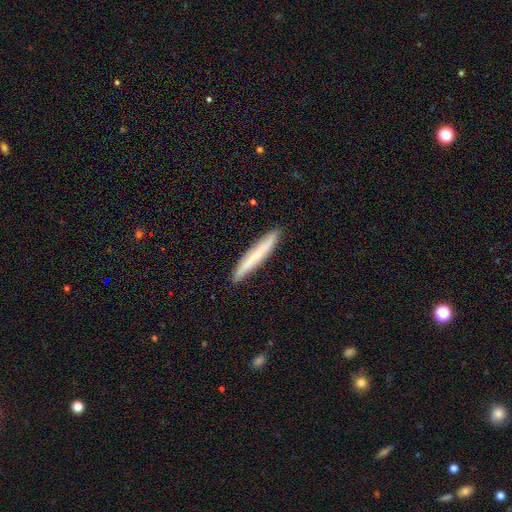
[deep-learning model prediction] smooth_or_featured: smooth (p=0.57) [alt: featured or disk p=0.37]
how_rounded: cigar-shaped (p=0.95) [alt: in between p=0.04]
merging: none (p=0.90) [alt: minor disturbance p=0.08]